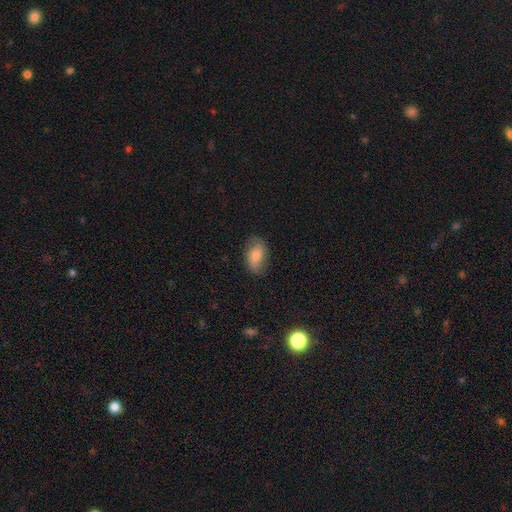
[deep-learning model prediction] smooth-or-featured: smooth: 72% | featured or disk: 21% | star or artifact: 8%
  how-rounded: in between: 90% | round: 8% | cigar-shaped: 2%
  merging: none: 73% | minor disturbance: 20% | major disturbance: 6% | merger: 1%